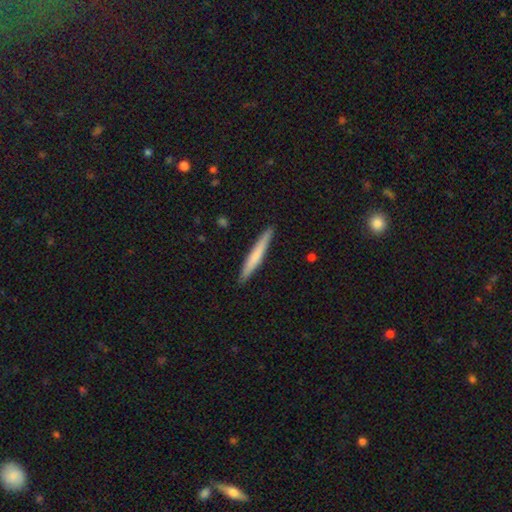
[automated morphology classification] Smooth or featured?
  - smooth: 65% *
  - featured or disk: 29%
  - star or artifact: 5%
How rounded?
  - cigar-shaped: 96% *
  - in between: 3%
  - round: 1%
Merging?
  - none: 91% *
  - minor disturbance: 6%
  - major disturbance: 1%
  - merger: 1%